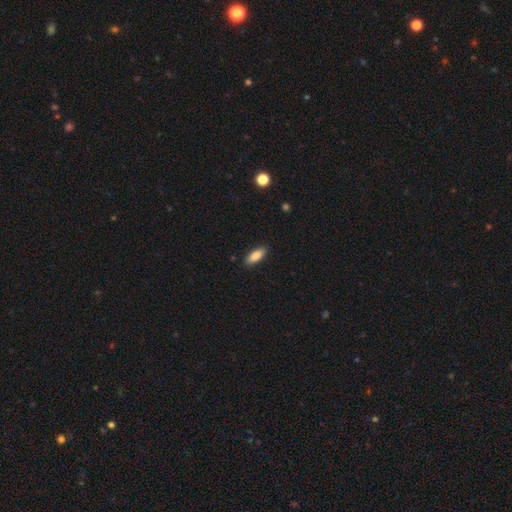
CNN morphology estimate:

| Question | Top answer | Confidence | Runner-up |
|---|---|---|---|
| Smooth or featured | smooth | 85% | featured or disk (9%) |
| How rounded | in between | 76% | cigar-shaped (22%) |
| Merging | none | 89% | minor disturbance (8%) |